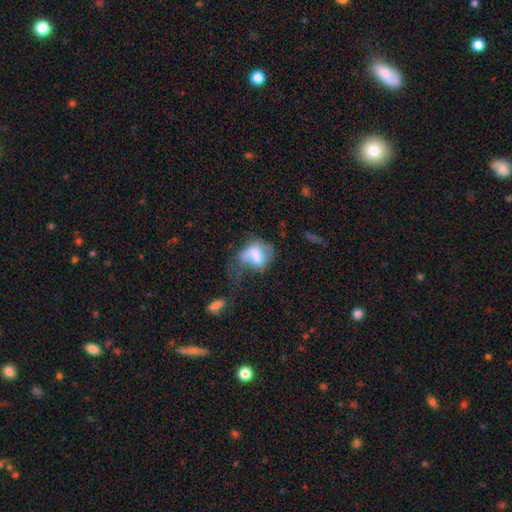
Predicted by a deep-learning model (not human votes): Smooth or featured? smooth (56%)
How rounded? in between (53%)
Merging? major disturbance (45%)